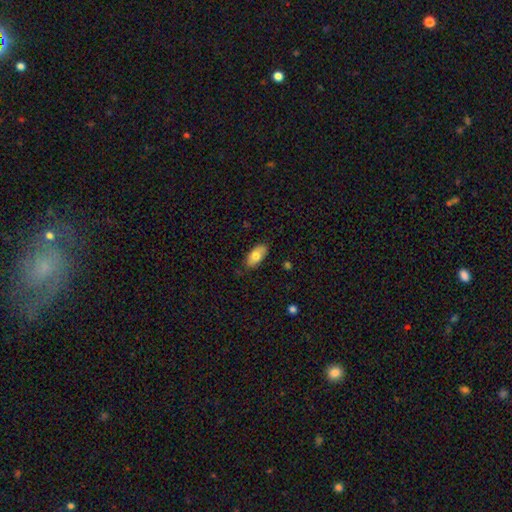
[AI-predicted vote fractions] Smooth or featured?
  - smooth: 77% *
  - featured or disk: 16%
  - star or artifact: 7%
How rounded?
  - in between: 91% *
  - cigar-shaped: 6%
  - round: 3%
Merging?
  - none: 77% *
  - minor disturbance: 18%
  - major disturbance: 3%
  - merger: 1%